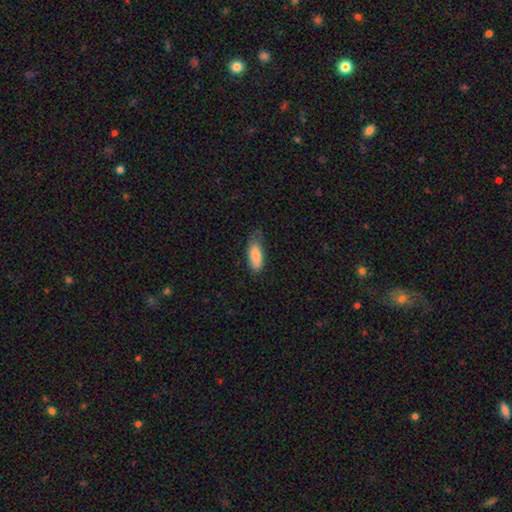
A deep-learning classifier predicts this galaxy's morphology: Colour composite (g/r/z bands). It shows a smooth galaxy with no disk features (84%) that is in between round and cigar-shaped (75%). Merging: none (54%).